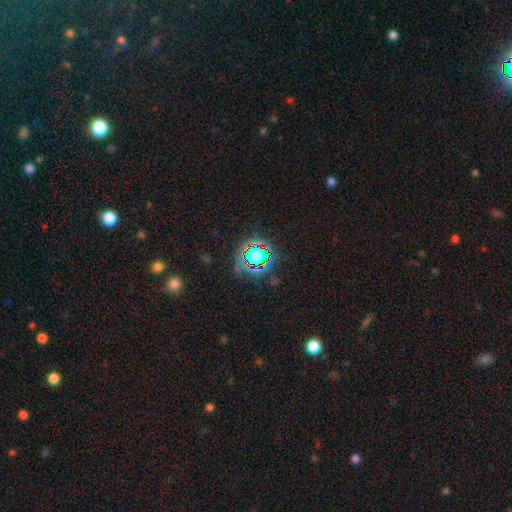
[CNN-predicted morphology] Overall: star or artifact (61%; smooth 27%).